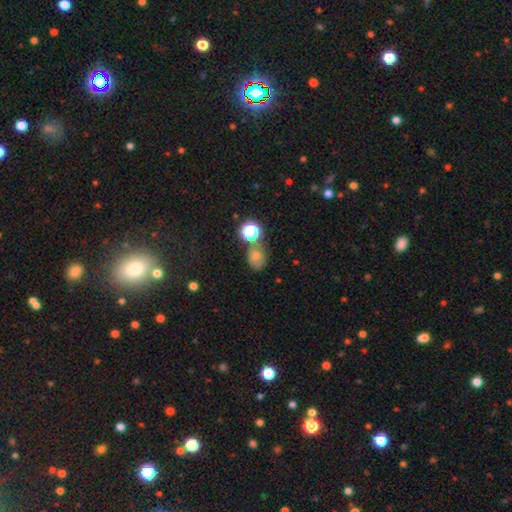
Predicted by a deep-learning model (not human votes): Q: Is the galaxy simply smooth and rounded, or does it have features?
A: smooth — 51%.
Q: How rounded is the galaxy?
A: round — 63%.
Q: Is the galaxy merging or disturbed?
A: none — 67%.